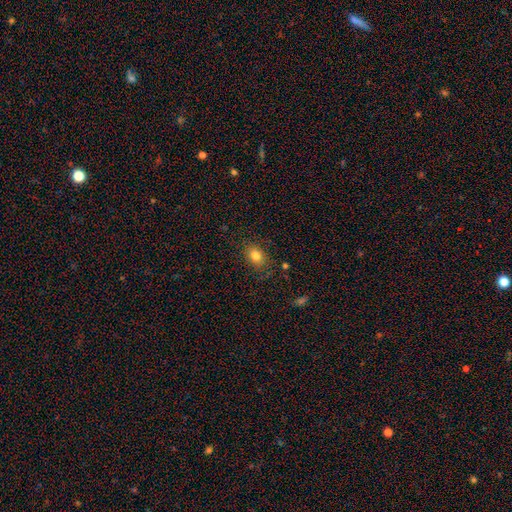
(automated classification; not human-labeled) Overall: smooth (82%). How rounded: in between (69%; round 30%). Merging: none (82%).